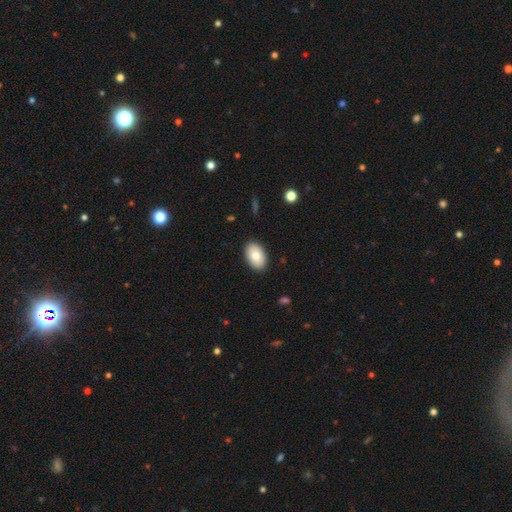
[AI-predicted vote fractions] Smooth or featured?
  - smooth: 84% *
  - featured or disk: 9%
  - star or artifact: 6%
How rounded?
  - in between: 93% *
  - round: 6%
  - cigar-shaped: 1%
Merging?
  - none: 89% *
  - minor disturbance: 8%
  - major disturbance: 2%
  - merger: 1%